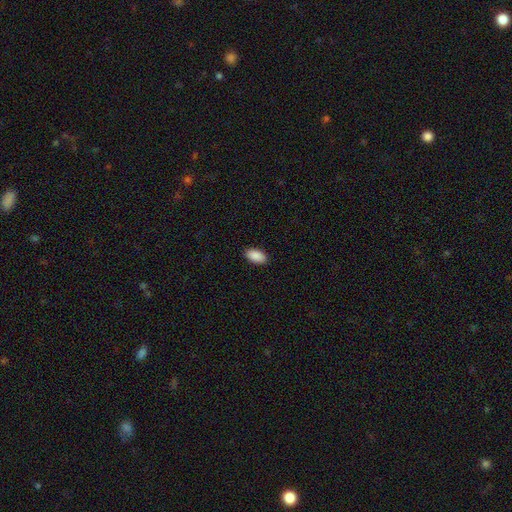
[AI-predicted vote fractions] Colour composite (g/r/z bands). It shows a smooth galaxy with no disk features (90%) that is in between round and cigar-shaped (94%). Merging: none (90%).